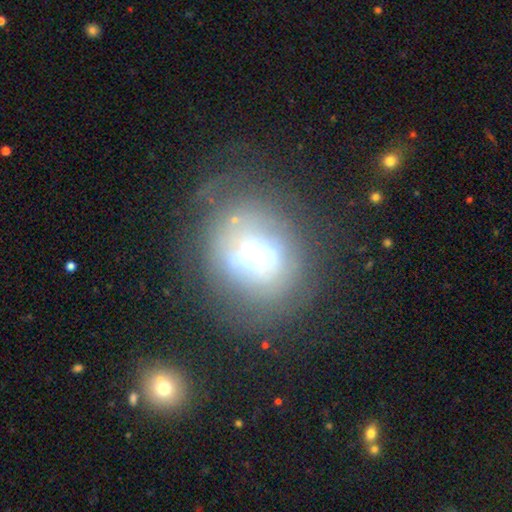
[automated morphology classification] featured or disk 46%, smooth 38%, star or artifact 17%. Down the decision tree: merging — none (55%).